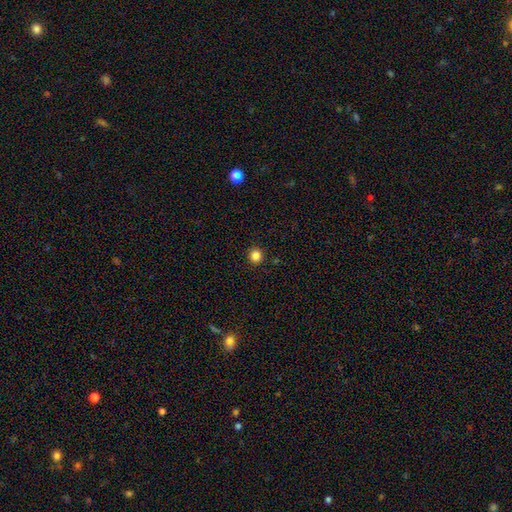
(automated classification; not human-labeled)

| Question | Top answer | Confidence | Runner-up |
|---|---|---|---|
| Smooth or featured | smooth | 84% | star or artifact (12%) |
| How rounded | round | 93% | in between (6%) |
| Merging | none | 93% | minor disturbance (5%) |